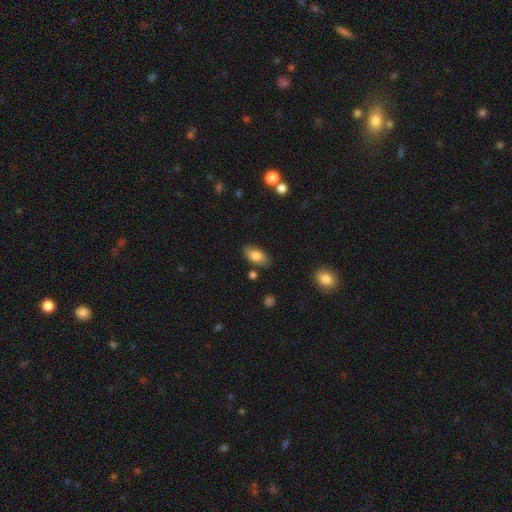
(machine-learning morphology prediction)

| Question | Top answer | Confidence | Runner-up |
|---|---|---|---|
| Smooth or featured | smooth | 80% | featured or disk (13%) |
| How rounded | in between | 92% | cigar-shaped (4%) |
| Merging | none | 83% | minor disturbance (12%) |